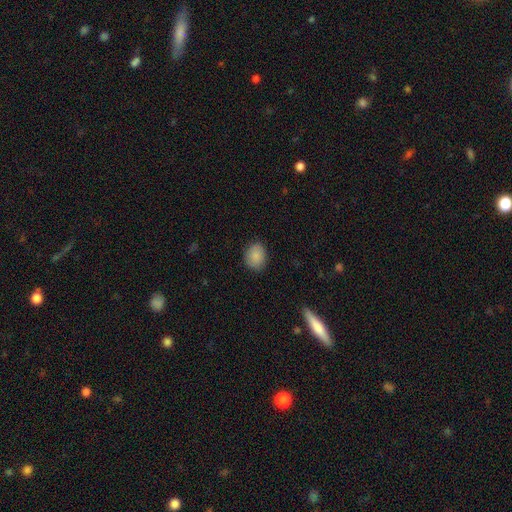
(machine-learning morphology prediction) smooth 87%, star or artifact 8%, featured or disk 5%. Down the decision tree: how rounded — round (50%); merging — none (84%).